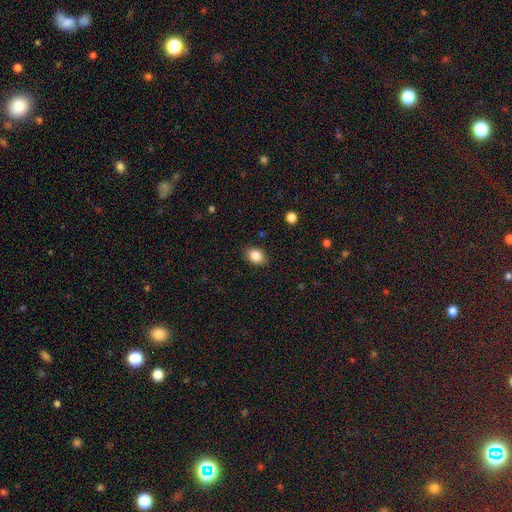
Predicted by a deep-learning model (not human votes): smooth 86%, star or artifact 9%, featured or disk 5%. Down the decision tree: how rounded — in between (70%); merging — none (86%).